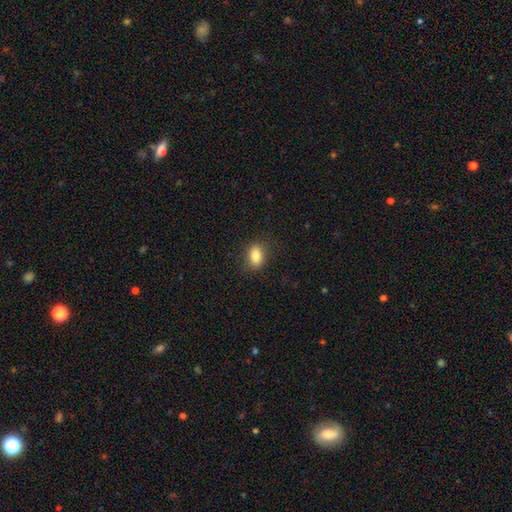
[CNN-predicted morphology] Smooth or featured? smooth (85%)
How rounded? in between (82%)
Merging? none (83%)